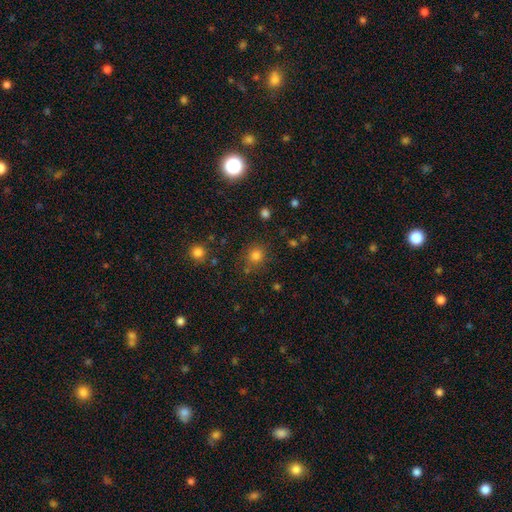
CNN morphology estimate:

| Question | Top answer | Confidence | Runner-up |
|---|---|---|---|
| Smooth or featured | smooth | 79% | star or artifact (16%) |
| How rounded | round | 87% | in between (12%) |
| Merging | none | 80% | minor disturbance (10%) |